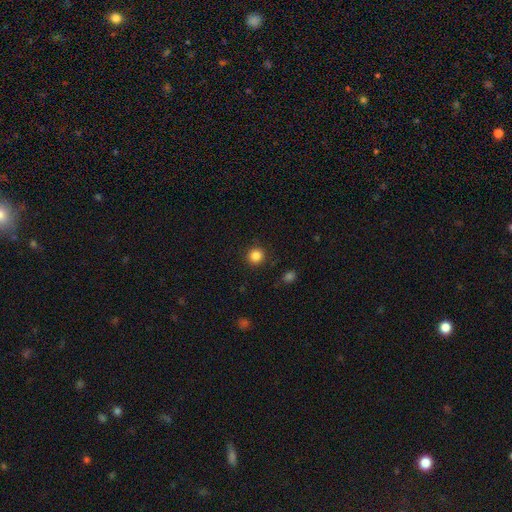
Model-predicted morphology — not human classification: smooth 85%, star or artifact 11%, featured or disk 4%. Down the decision tree: how rounded — round (94%); merging — none (90%).